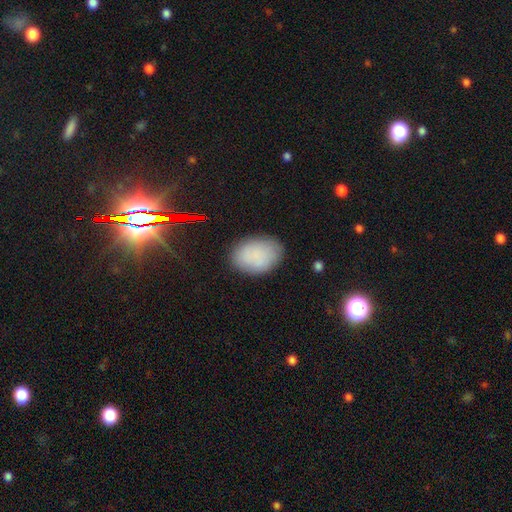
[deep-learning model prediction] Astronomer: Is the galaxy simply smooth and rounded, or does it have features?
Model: smooth — 82%.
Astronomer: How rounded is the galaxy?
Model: in between — 80%.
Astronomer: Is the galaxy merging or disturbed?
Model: none — 82%.